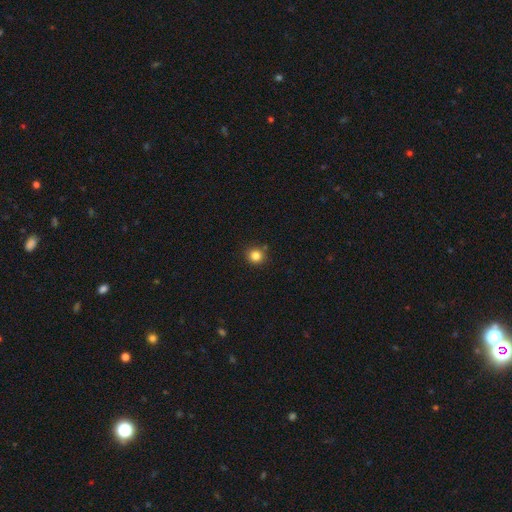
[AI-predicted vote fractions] Smooth or featured?
  - smooth: 83% *
  - star or artifact: 12%
  - featured or disk: 5%
How rounded?
  - round: 93% *
  - in between: 6%
  - cigar-shaped: 1%
Merging?
  - none: 86% *
  - minor disturbance: 8%
  - merger: 4%
  - major disturbance: 2%